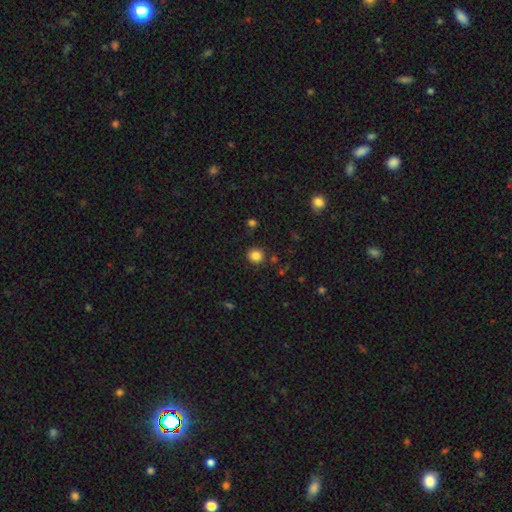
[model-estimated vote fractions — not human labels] A smooth galaxy with no disk features (84%) that is round (89%).

Vote fractions:
- Smooth or featured? smooth: 84% / star or artifact: 12% / featured or disk: 4%
- How rounded? round: 89% / in between: 10% / cigar-shaped: 1%
- Merging? none: 87% / minor disturbance: 8% / merger: 3% / major disturbance: 3%